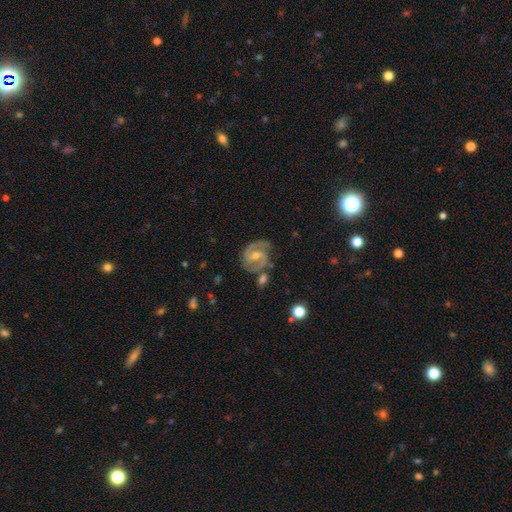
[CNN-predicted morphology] featured or disk 88%, star or artifact 6%, smooth 6%. Down the decision tree: edge-on disk — no (98%); bar — weak (49%); spiral arms — yes (98%); spiral arm count — 2 (88%); spiral winding — medium (49%); bulge size — moderate (50%); merging — none (72%).